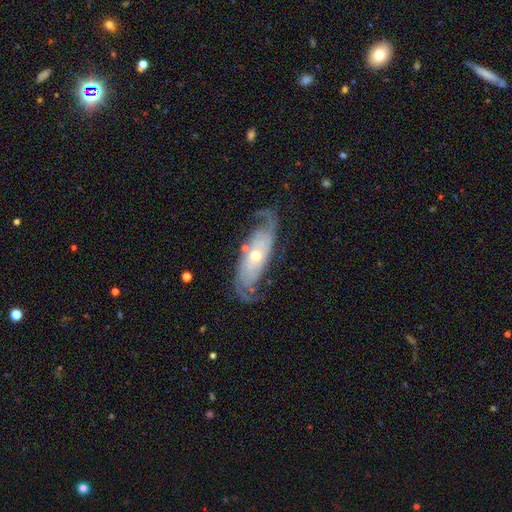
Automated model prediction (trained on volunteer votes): Smooth or featured?
  - featured or disk: 86% *
  - smooth: 9%
  - star or artifact: 5%
Edge-on disk?
  - no: 90% *
  - yes: 10%
Bar?
  - no: 71% *
  - weak: 20%
  - strong: 9%
Spiral arms?
  - yes: 95% *
  - no: 5%
Spiral winding?
  - tight: 36% * (tied)
  - medium: 36% * (tied)
  - loose: 28%
Spiral arm count?
  - 2: 68% *
  - can't tell: 14%
  - 3: 7%
  - 1: 4%
  - 4: 3%
  - more than 4: 3%
Bulge size?
  - moderate: 55% *
  - small: 40%
  - large: 3%
  - dominant: 1%
  - none: 1%
Merging?
  - none: 68% *
  - minor disturbance: 17%
  - major disturbance: 12%
  - merger: 3%